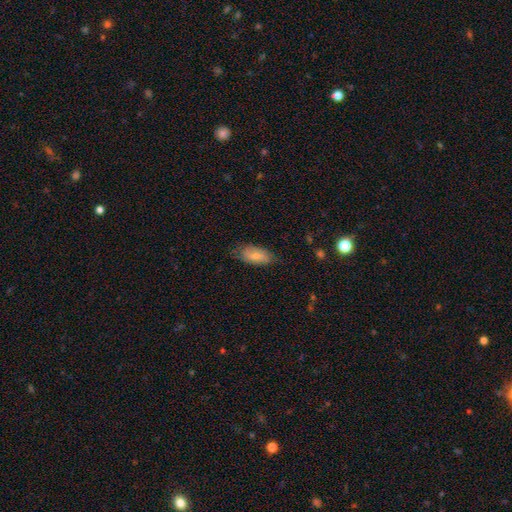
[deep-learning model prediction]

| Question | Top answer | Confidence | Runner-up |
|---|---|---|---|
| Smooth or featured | smooth | 75% | featured or disk (19%) |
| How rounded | in between | 90% | cigar-shaped (8%) |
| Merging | none | 67% | minor disturbance (26%) |